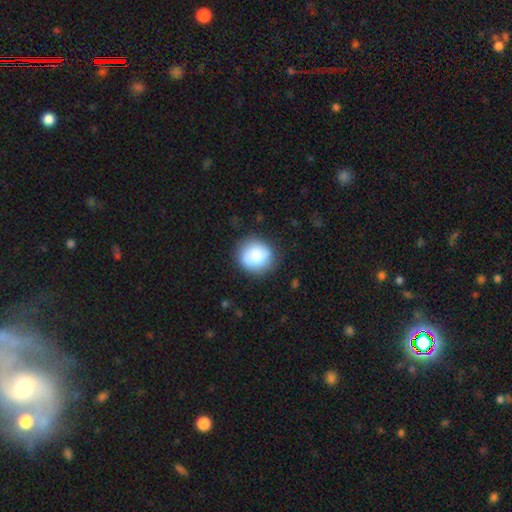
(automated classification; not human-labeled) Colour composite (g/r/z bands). It shows a smooth galaxy with no disk features (84%) that is round (83%). Merging: none (79%).